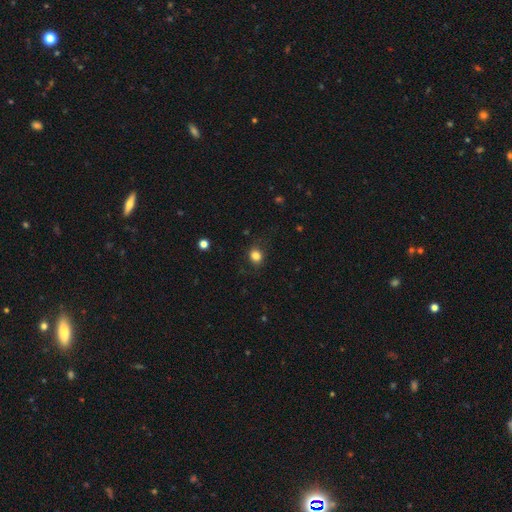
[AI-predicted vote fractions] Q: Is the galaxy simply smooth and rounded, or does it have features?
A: smooth — 83%.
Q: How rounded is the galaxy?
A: round — 69%.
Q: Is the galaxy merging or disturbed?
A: none — 80%.